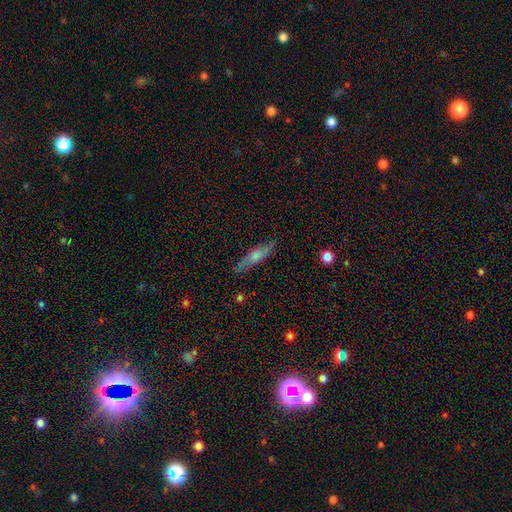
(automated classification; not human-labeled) The model was most divided on "smooth or featured": featured or disk: 49%, smooth: 43%, star or artifact: 8%. More confident: merging — none (83%).